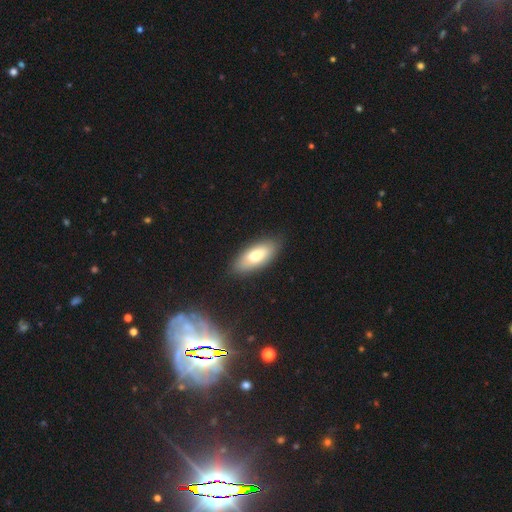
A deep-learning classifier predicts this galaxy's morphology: smooth 73%, featured or disk 21%, star or artifact 7%. Down the decision tree: how rounded — in between (85%); merging — none (85%).